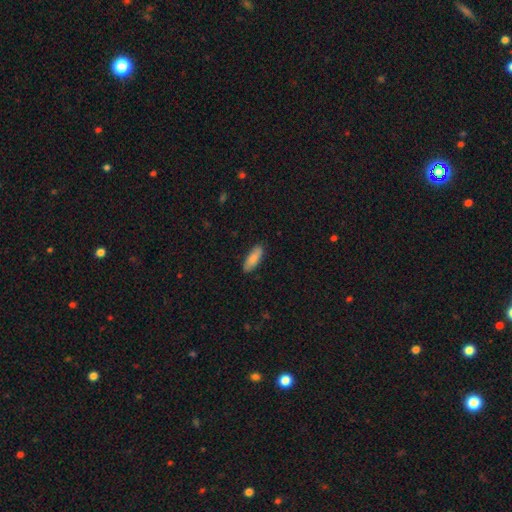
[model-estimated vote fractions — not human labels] Smooth or featured? smooth (81%)
How rounded? in between (60%)
Merging? none (87%)